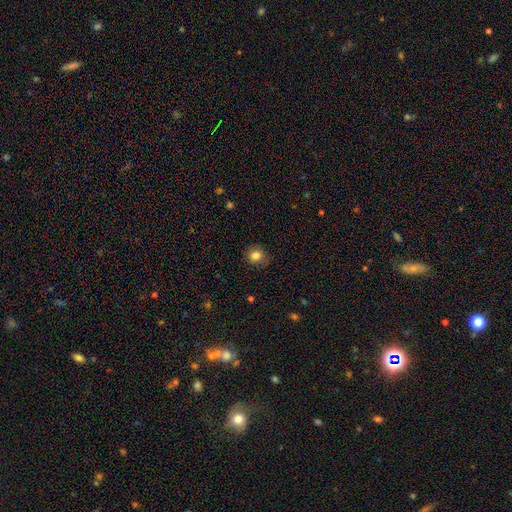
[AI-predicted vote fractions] Smooth or featured? smooth (83%)
How rounded? round (82%)
Merging? none (84%)